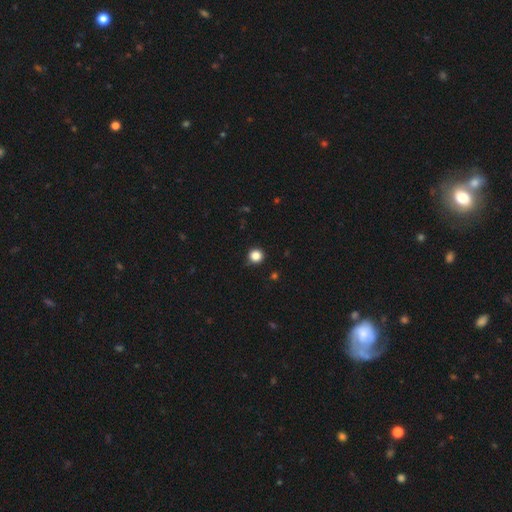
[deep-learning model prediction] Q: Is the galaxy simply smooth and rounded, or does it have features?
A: smooth — 85%.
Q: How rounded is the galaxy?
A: round — 95%.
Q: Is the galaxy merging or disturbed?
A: none — 90%.